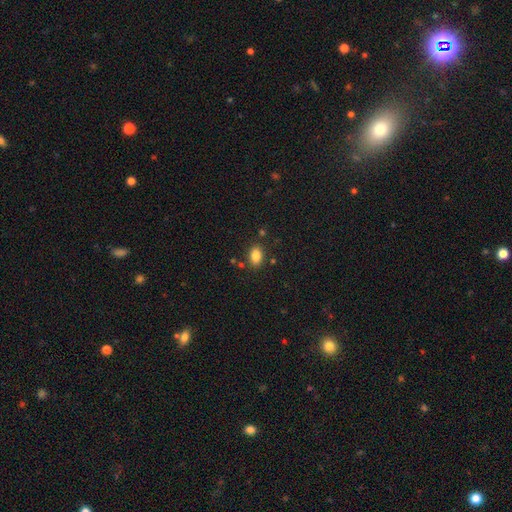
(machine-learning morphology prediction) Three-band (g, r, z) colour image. It shows a smooth galaxy with no disk features (85%) that is in between round and cigar-shaped (84%). Merging: none (82%).